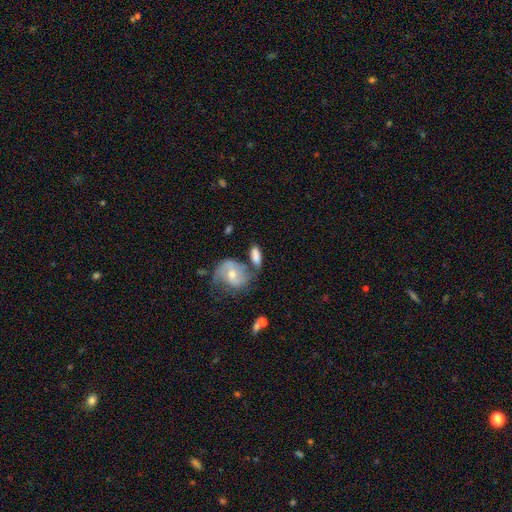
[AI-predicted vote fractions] This appears to be a smooth galaxy with no disk features (65%) that is in between round and cigar-shaped (79%). Merging: none (46%).